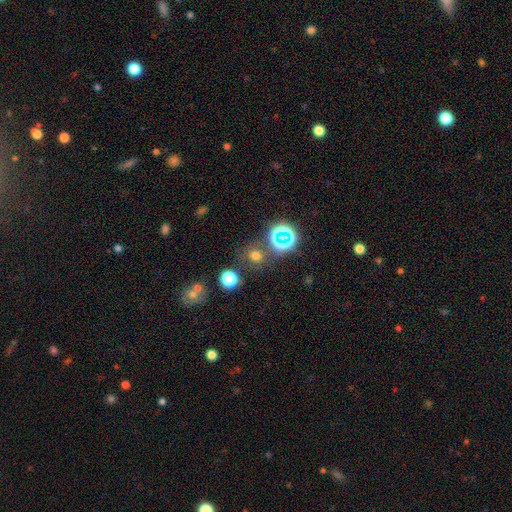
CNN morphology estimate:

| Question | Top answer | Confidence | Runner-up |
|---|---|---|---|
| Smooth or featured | smooth | 63% | star or artifact (29%) |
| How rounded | round | 82% | in between (17%) |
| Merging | none | 76% | minor disturbance (11%) |